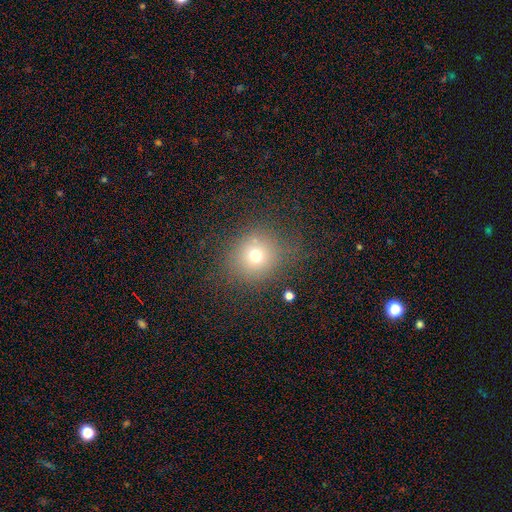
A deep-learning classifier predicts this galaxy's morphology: smooth-or-featured: smooth: 68% | star or artifact: 19% | featured or disk: 13%
  how-rounded: round: 84% | in between: 15% | cigar-shaped: 1%
  merging: none: 74% | minor disturbance: 14% | major disturbance: 9% | merger: 2%